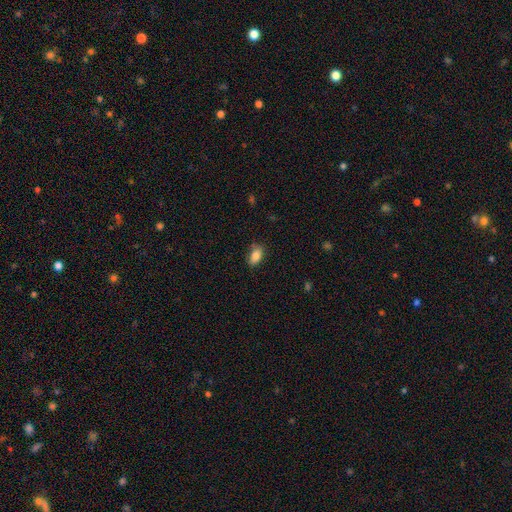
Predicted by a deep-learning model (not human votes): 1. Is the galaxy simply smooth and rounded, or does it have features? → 85% smooth, 8% star or artifact, 7% featured or disk.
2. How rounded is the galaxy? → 90% in between, 7% round, 3% cigar-shaped.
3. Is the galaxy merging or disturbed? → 76% none, 18% minor disturbance, 4% major disturbance, 2% merger.